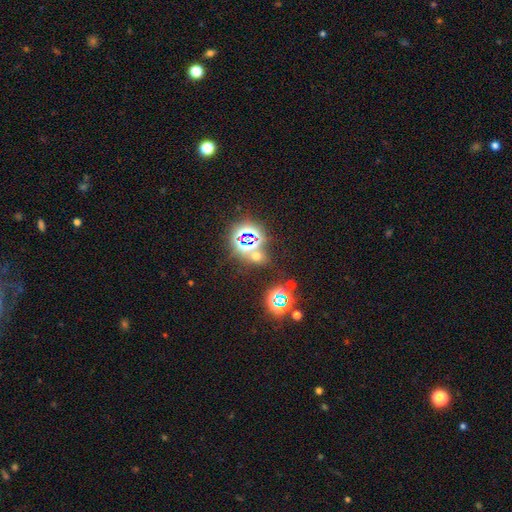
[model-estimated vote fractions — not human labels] Smooth or featured: star or artifact — 61% (smooth — 31%)